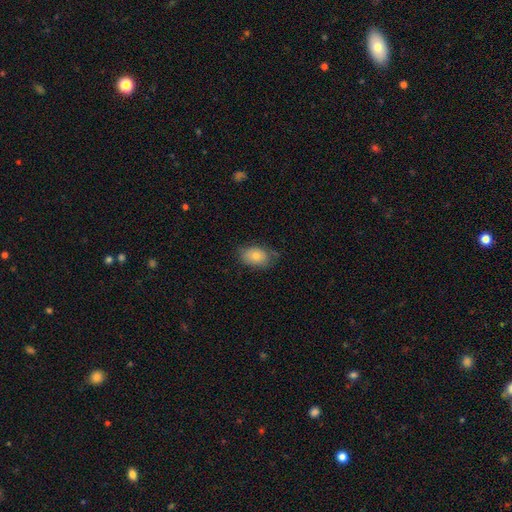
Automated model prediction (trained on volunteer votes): This is likely a smooth galaxy (74%). How rounded: clearly in between (84%). Merging: likely none (69%).